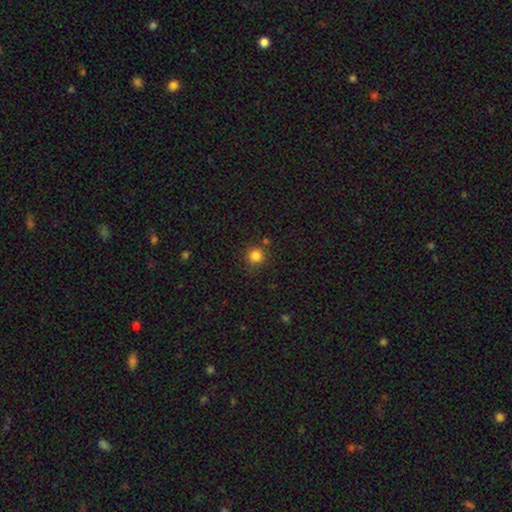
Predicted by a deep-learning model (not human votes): smooth 83%, star or artifact 13%, featured or disk 4%. Down the decision tree: how rounded — round (93%); merging — none (83%).